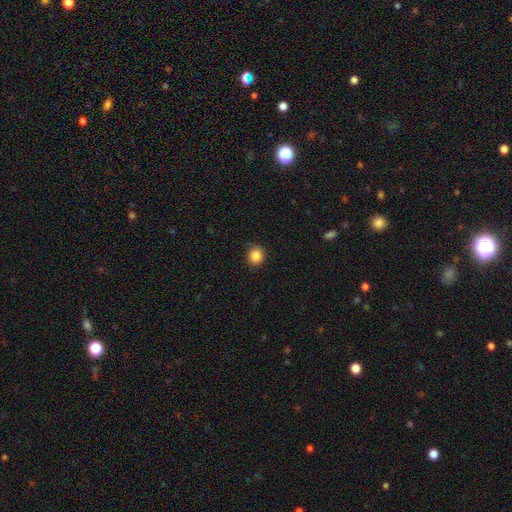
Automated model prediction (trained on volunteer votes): A smooth galaxy with no disk features (87%) that is round (86%).

Vote fractions:
- Smooth or featured? smooth: 87% / star or artifact: 10% / featured or disk: 4%
- How rounded? round: 86% / in between: 13% / cigar-shaped: 1%
- Merging? none: 88% / minor disturbance: 9% / major disturbance: 2% / merger: 1%